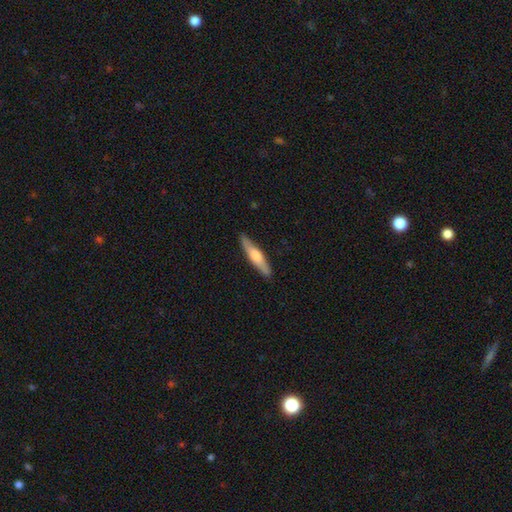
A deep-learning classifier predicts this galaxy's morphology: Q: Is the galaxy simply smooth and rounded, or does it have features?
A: smooth — 50%.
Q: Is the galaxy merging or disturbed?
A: none — 89%.